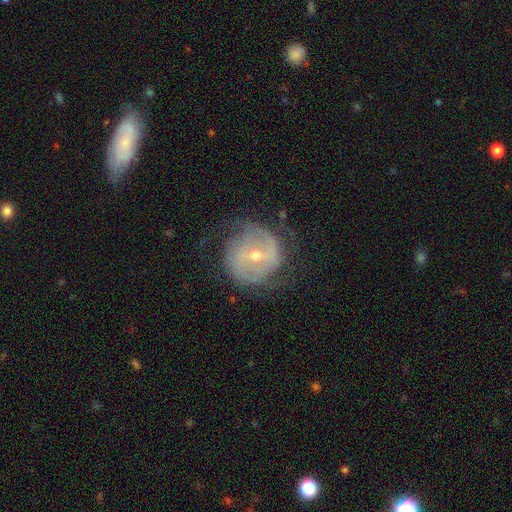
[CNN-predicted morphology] This appears to be a featured or disk galaxy (82%) with a weak bar (47%), 2 (61%) medium (41%) spiral arms (91%) and a small central bulge (56%). Merging: none (68%).